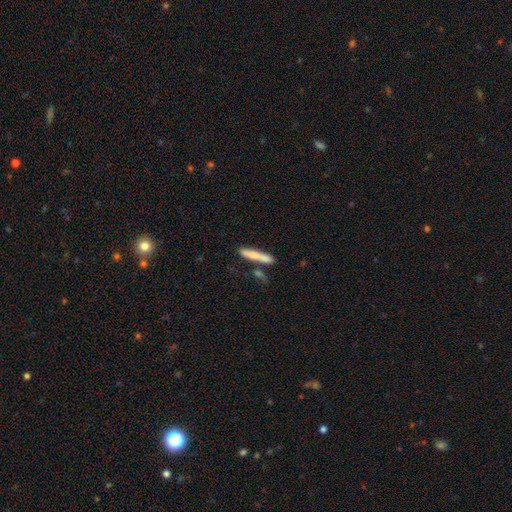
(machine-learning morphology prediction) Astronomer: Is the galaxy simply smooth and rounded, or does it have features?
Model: smooth — 68%.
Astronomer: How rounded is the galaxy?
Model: cigar-shaped — 90%.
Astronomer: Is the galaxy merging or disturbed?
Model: none — 65%.